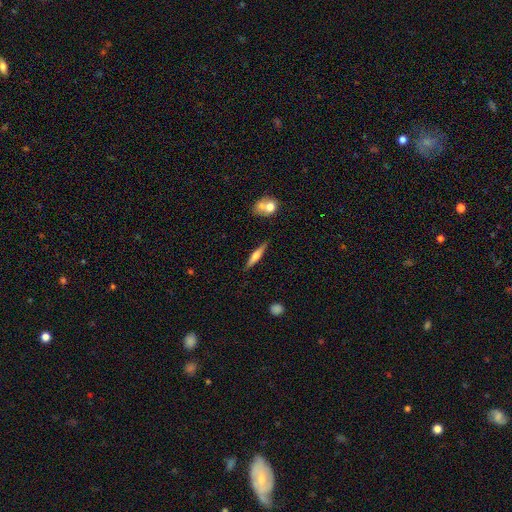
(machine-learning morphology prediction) Overall: smooth (47%; featured or disk 46%). Merging: none (84%).